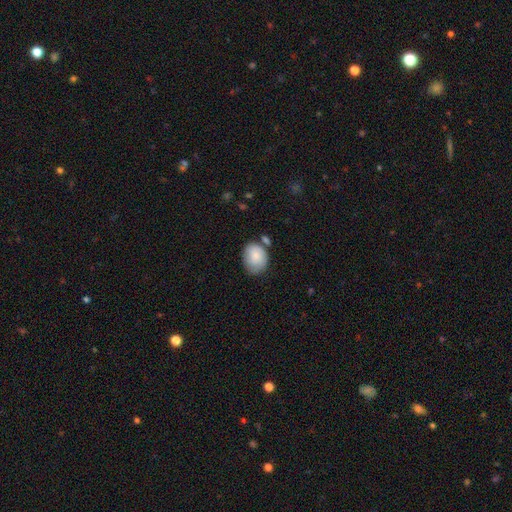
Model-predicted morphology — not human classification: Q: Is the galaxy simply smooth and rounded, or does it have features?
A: smooth — 83%.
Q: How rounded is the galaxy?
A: in between — 56%.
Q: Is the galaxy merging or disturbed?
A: none — 56%.